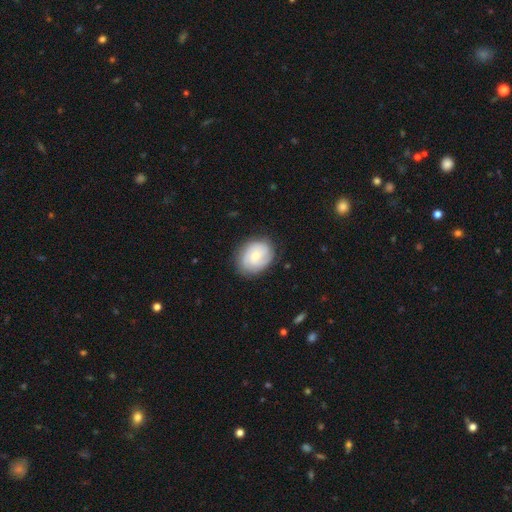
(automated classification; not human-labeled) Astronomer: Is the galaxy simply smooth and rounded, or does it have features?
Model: featured or disk — 68%.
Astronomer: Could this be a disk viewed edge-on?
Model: no — 97%.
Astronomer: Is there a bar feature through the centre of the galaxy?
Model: no — 70%.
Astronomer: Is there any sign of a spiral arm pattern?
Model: yes — 93%.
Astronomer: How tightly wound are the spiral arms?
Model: tight — 64%.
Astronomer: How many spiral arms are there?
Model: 3 — 33% (runner-up: can't tell, 27%).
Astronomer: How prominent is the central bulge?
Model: moderate — 51% (runner-up: small, 45%).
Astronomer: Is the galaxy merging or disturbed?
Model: none — 81%.